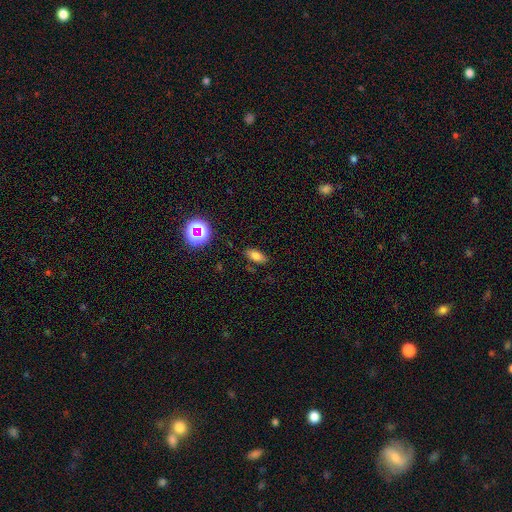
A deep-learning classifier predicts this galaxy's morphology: smooth_or_featured: smooth (p=0.75) [alt: star or artifact p=0.14]
how_rounded: in between (p=0.83) [alt: cigar-shaped p=0.11]
merging: none (p=0.85) [alt: minor disturbance p=0.11]